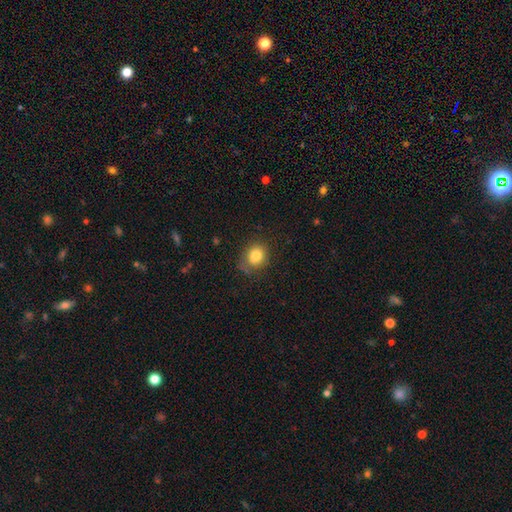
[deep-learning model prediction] The model was most divided on "how rounded": round: 63%, in between: 36%, cigar-shaped: 1%. More confident: smooth or featured — smooth (81%); merging — none (62%).